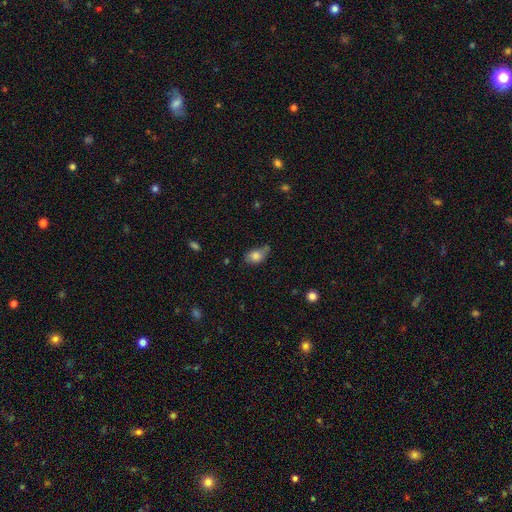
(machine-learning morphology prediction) This is clearly a smooth galaxy (80%). How rounded: likely in between (78%). Merging: marginally none (41%).